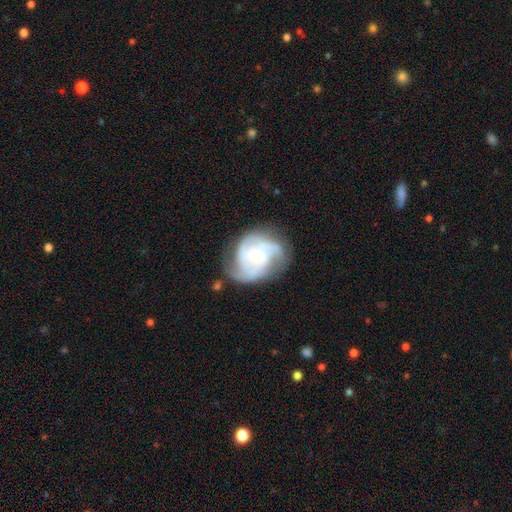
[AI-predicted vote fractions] The model was most divided on "spiral winding": tight: 48%, medium: 41%, loose: 11%. More confident: edge-on disk — no (98%); spiral arms — yes (96%); smooth or featured — featured or disk (85%); bar — no (76%); merging — none (66%); spiral arm count — 3 (53%); bulge size — small (53%).